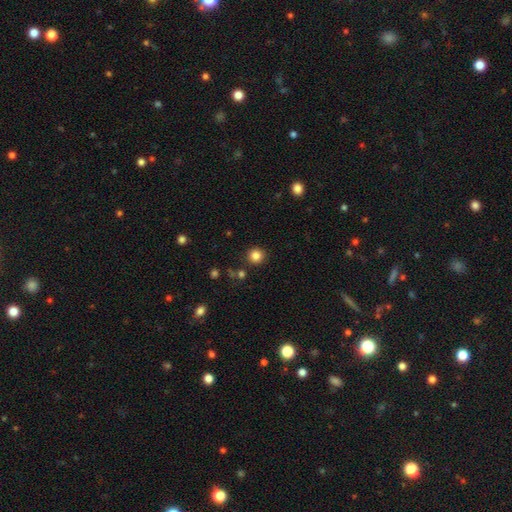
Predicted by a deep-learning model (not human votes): A smooth galaxy with no disk features (84%) that is round (93%).

Vote fractions:
- Smooth or featured? smooth: 84% / star or artifact: 12% / featured or disk: 4%
- How rounded? round: 93% / in between: 6% / cigar-shaped: 1%
- Merging? none: 89% / minor disturbance: 6% / merger: 3% / major disturbance: 2%